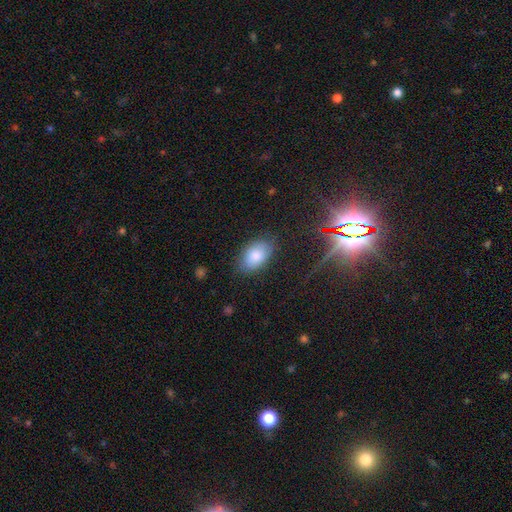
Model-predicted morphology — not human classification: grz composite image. It shows a smooth galaxy with no disk features (83%) that is in between round and cigar-shaped (92%). Merging: none (79%).